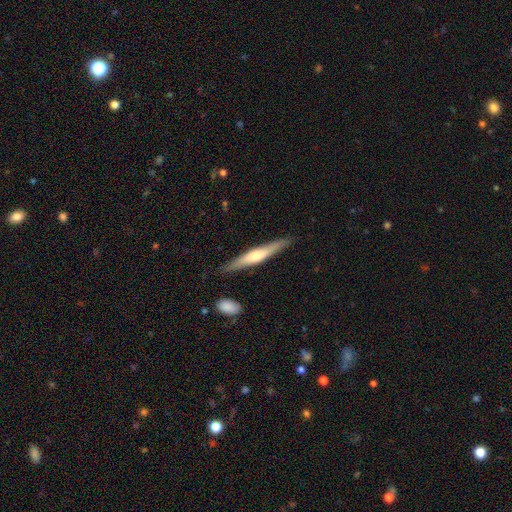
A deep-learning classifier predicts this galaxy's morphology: Smooth or featured: featured or disk — 56% (smooth — 38%)
Edge-on disk: yes — 95% (no — 5%)
Edge-on bulge: rounded — 76% (none — 15%)
Merging: none — 87% (minor disturbance — 9%)